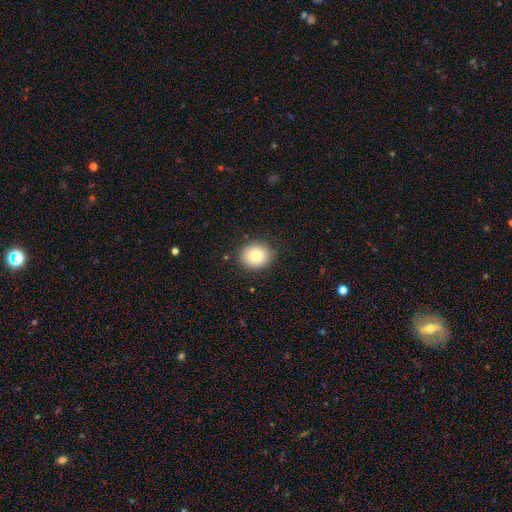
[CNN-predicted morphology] Smooth or featured? Predicted: smooth (p=0.81). How rounded? Predicted: round (p=0.70). Merging? Predicted: none (p=0.85).